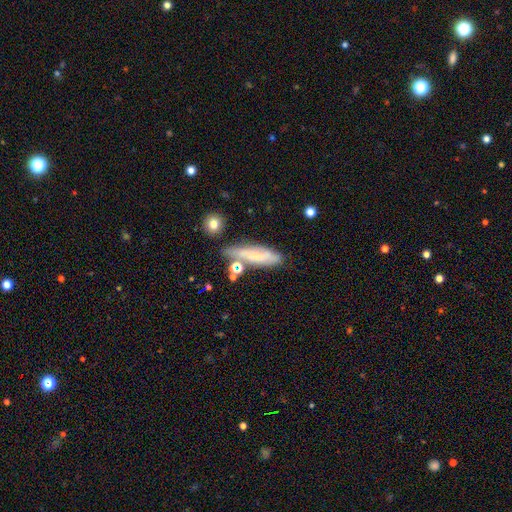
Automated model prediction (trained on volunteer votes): This is possibly a smooth galaxy (56%). How rounded: likely cigar-shaped (65%). Merging: possibly none (59%).